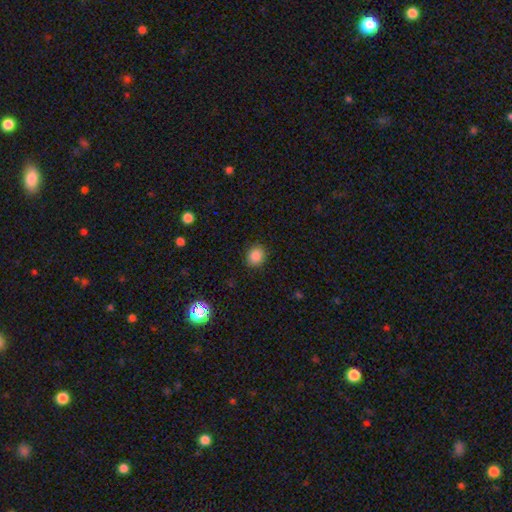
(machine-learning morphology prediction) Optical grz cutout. It shows a smooth galaxy with no disk features (85%) that is round (73%). Merging: none (89%).